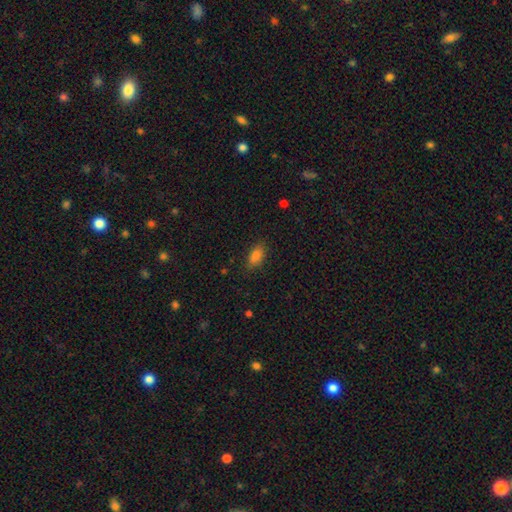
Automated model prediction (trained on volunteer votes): This appears to be a smooth galaxy with no disk features (84%) that is in between round and cigar-shaped (89%). Merging: none (82%).